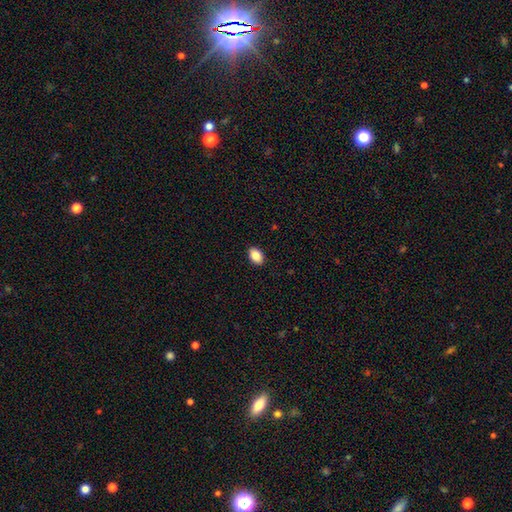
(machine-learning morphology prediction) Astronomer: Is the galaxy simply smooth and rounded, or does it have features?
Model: smooth — 87%.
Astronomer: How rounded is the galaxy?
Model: in between — 87%.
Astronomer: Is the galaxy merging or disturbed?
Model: none — 90%.